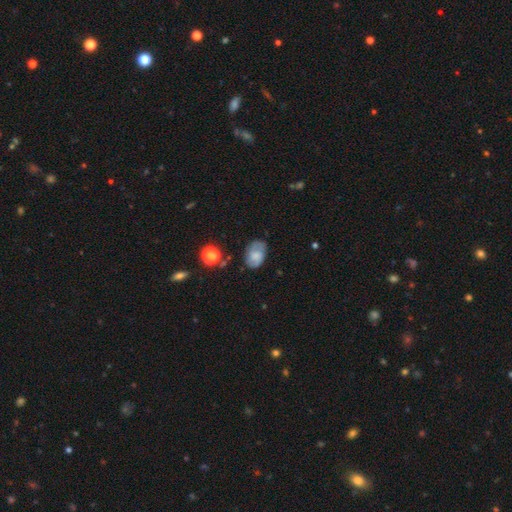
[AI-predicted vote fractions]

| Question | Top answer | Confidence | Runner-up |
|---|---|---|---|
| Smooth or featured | smooth | 51% | featured or disk (39%) |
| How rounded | in between | 83% | round (15%) |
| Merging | none | 69% | minor disturbance (22%) |